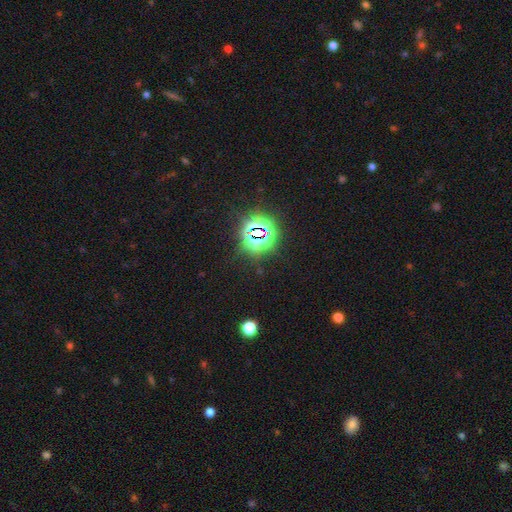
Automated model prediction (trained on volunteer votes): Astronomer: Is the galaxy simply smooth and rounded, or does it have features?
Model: star or artifact — 82%.